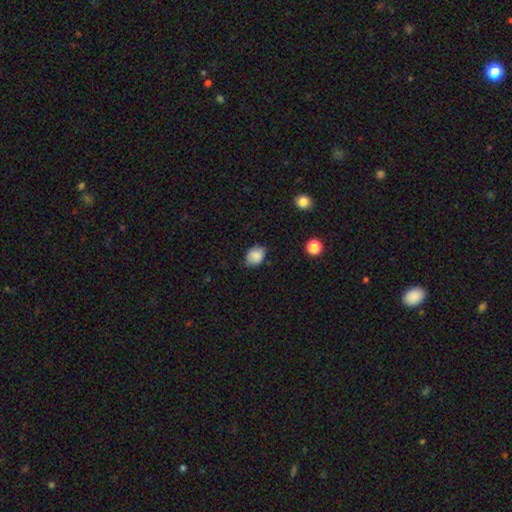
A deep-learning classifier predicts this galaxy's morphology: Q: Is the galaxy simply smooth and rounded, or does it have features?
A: smooth — 86%.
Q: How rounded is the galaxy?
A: in between — 67%.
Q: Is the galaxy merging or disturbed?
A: none — 73%.